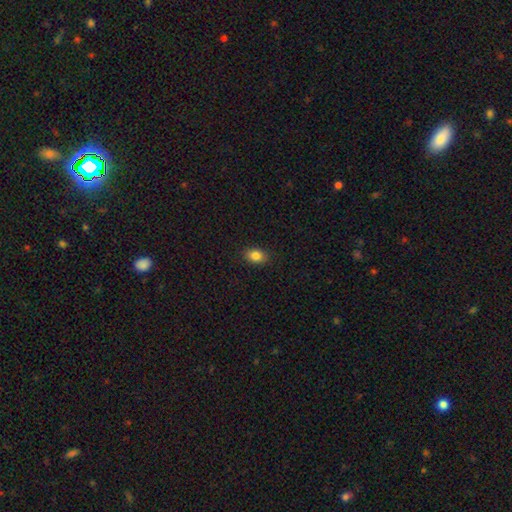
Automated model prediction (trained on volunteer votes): A smooth galaxy with no disk features (85%) that is in between round and cigar-shaped (73%). Merging: none (89%).